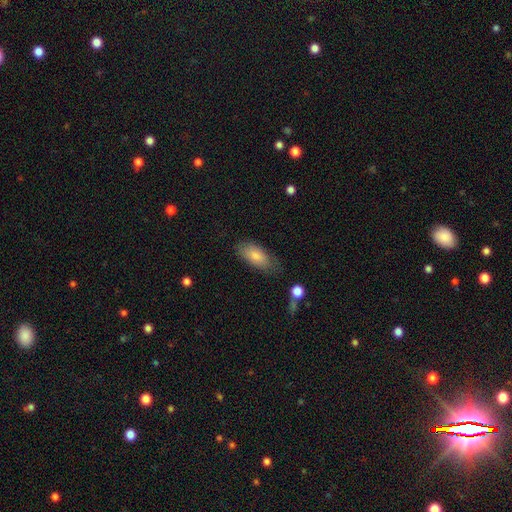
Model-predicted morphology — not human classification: Smooth or featured?
  - smooth: 82% *
  - featured or disk: 12%
  - star or artifact: 6%
How rounded?
  - in between: 88% *
  - cigar-shaped: 10%
  - round: 2%
Merging?
  - none: 69% *
  - minor disturbance: 22%
  - major disturbance: 6%
  - merger: 3%